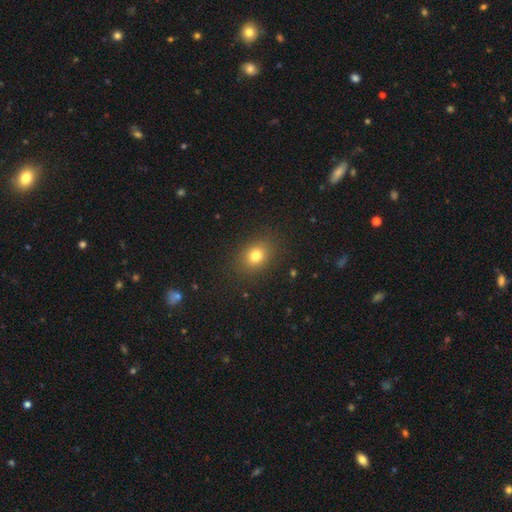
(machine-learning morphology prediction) This is likely a smooth galaxy (78%). How rounded: possibly round (52%). Merging: clearly none (87%).